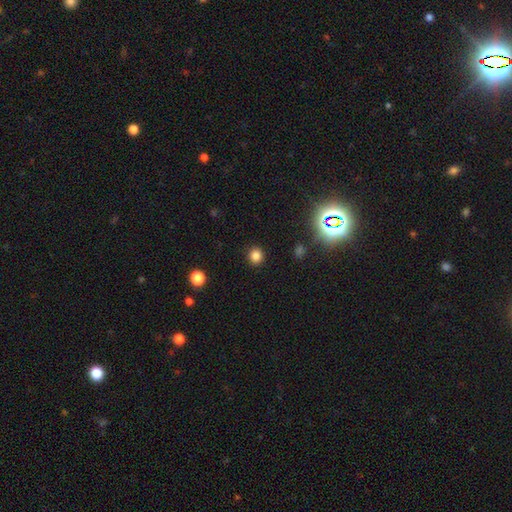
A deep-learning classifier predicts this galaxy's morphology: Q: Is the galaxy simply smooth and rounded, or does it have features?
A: smooth — 81%.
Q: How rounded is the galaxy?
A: round — 86%.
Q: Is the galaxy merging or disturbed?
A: none — 90%.